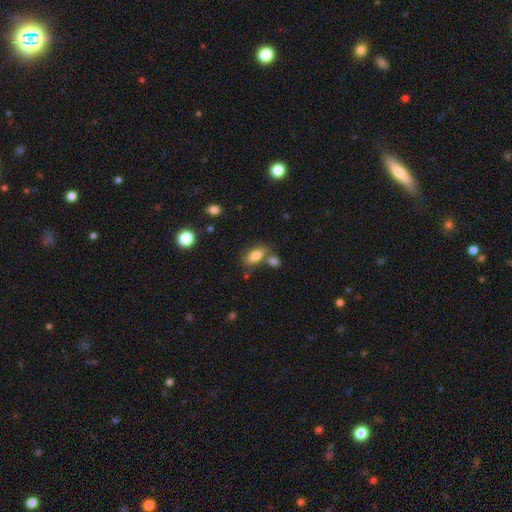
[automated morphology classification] Smooth or featured? smooth (80%)
How rounded? in between (86%)
Merging? none (60%)